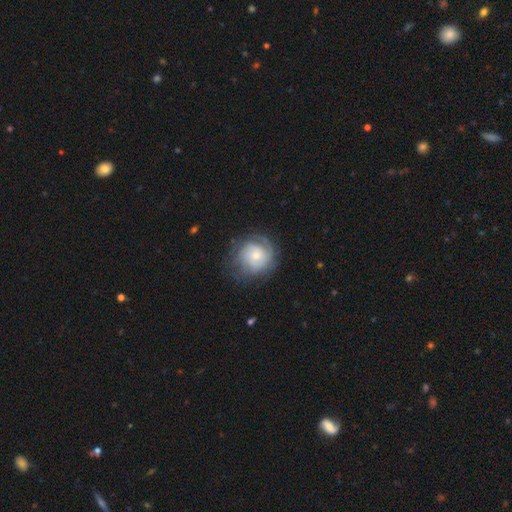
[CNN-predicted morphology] This appears to be a featured or disk galaxy (62%) with no bar (76%), tight (59%) spiral arms (85%) and a small central bulge (54%). Merging: none (68%).